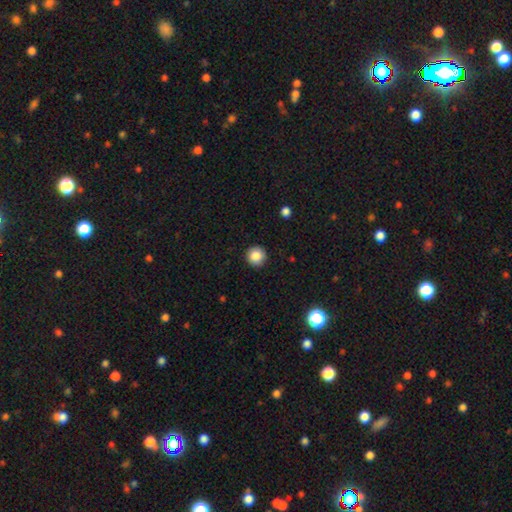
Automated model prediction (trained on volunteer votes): This is clearly a smooth galaxy (86%). How rounded: clearly round (96%). Merging: clearly none (92%).